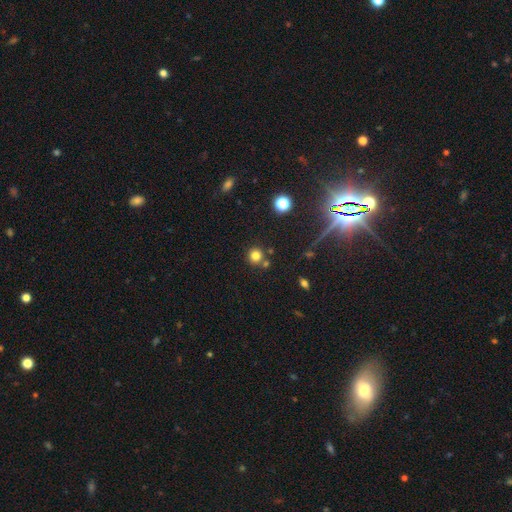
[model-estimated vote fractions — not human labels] Smooth or featured? Predicted: smooth (p=0.78). How rounded? Predicted: round (p=0.92). Merging? Predicted: none (p=0.77).